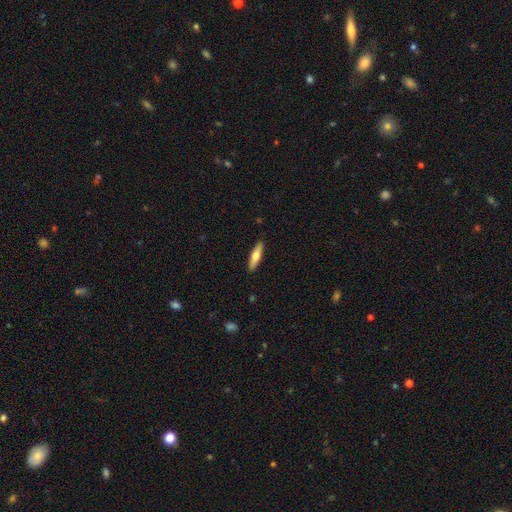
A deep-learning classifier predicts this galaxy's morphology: smooth_or_featured: smooth (p=0.61) [alt: featured or disk p=0.34]
how_rounded: cigar-shaped (p=0.72) [alt: in between p=0.26]
merging: none (p=0.91) [alt: minor disturbance p=0.07]